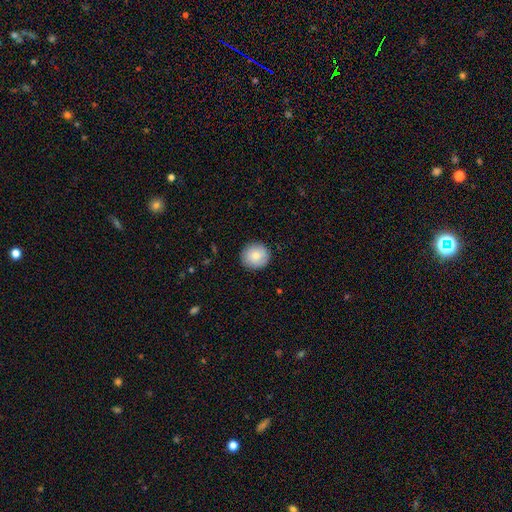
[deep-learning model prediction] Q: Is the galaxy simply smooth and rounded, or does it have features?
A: smooth — 81%.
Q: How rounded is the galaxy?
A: round — 94%.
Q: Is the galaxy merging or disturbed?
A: none — 90%.